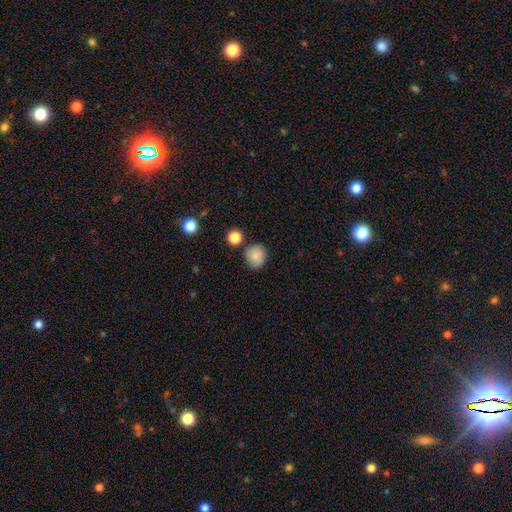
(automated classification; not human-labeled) smooth-or-featured: smooth: 83% | star or artifact: 10% | featured or disk: 7%
  how-rounded: round: 88% | in between: 11% | cigar-shaped: 1%
  merging: none: 80% | minor disturbance: 11% | merger: 6% | major disturbance: 3%